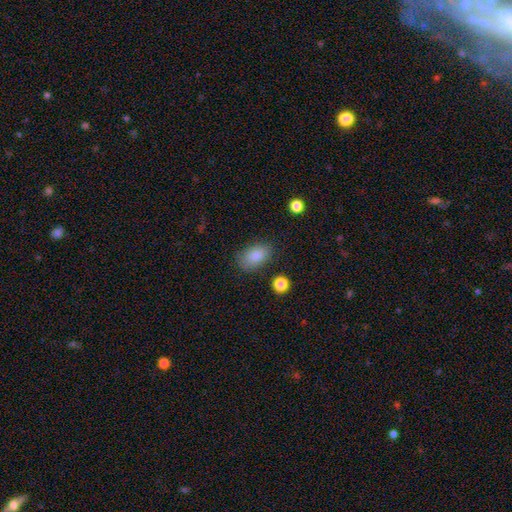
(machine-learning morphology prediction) smooth-or-featured: smooth: 87% | star or artifact: 8% | featured or disk: 5%
  how-rounded: in between: 90% | round: 8% | cigar-shaped: 2%
  merging: none: 80% | minor disturbance: 14% | major disturbance: 4% | merger: 2%